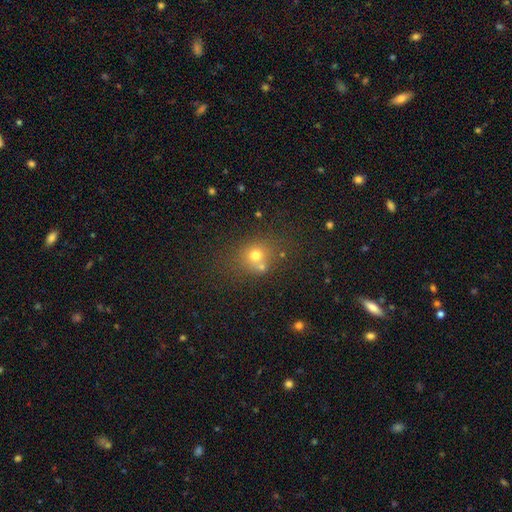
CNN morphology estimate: A smooth galaxy with no disk features (69%) that is round (81%).

Vote fractions:
- Smooth or featured? smooth: 69% / star or artifact: 19% / featured or disk: 12%
- How rounded? round: 81% / in between: 18% / cigar-shaped: 1%
- Merging? none: 59% / merger: 25% / minor disturbance: 11% / major disturbance: 5%